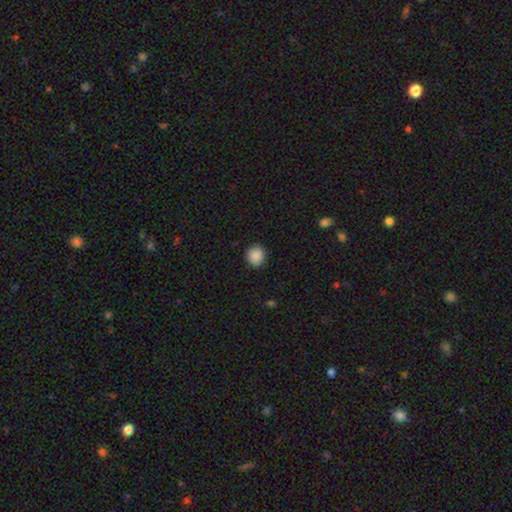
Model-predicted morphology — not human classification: This is clearly a smooth galaxy (89%). How rounded: clearly round (87%). Merging: clearly none (88%).